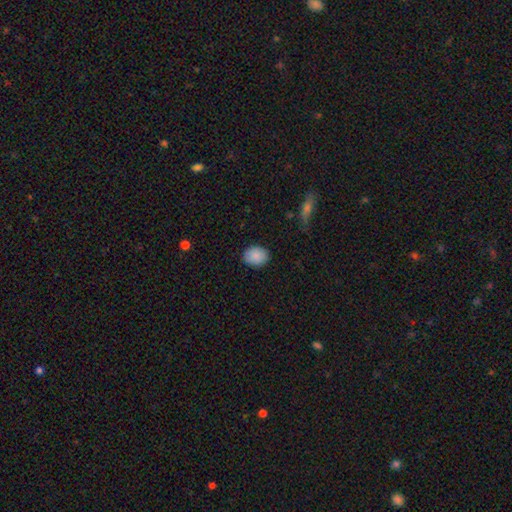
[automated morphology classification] A smooth galaxy with no disk features (87%) that is in between round and cigar-shaped (56%).

Vote fractions:
- Smooth or featured? smooth: 87% / star or artifact: 7% / featured or disk: 5%
- How rounded? in between: 56% / round: 43% / cigar-shaped: 1%
- Merging? none: 87% / minor disturbance: 10% / major disturbance: 2% / merger: 1%